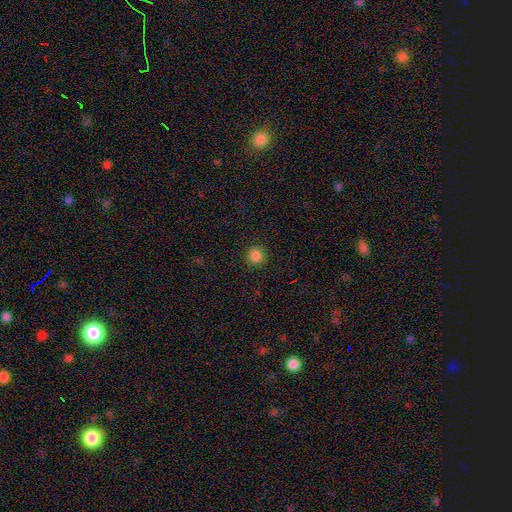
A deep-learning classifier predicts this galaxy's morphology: smooth-or-featured: smooth: 85% | star or artifact: 12% | featured or disk: 3%
  how-rounded: round: 95% | in between: 4% | cigar-shaped: 1%
  merging: none: 92% | minor disturbance: 5% | major disturbance: 2% | merger: 1%